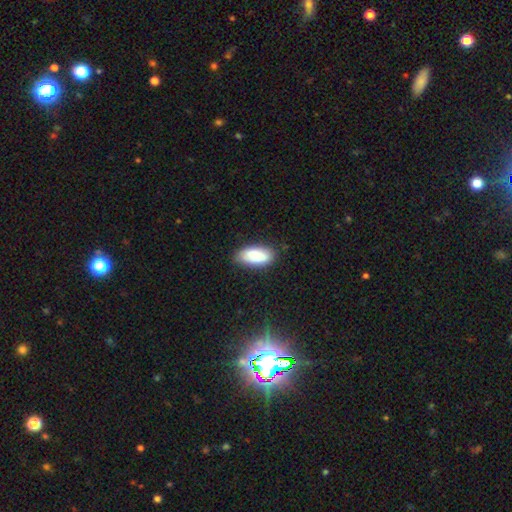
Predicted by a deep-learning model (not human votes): Smooth or featured: smooth — 86% (featured or disk — 8%)
How rounded: in between — 88% (cigar-shaped — 10%)
Merging: none — 78% (minor disturbance — 17%)